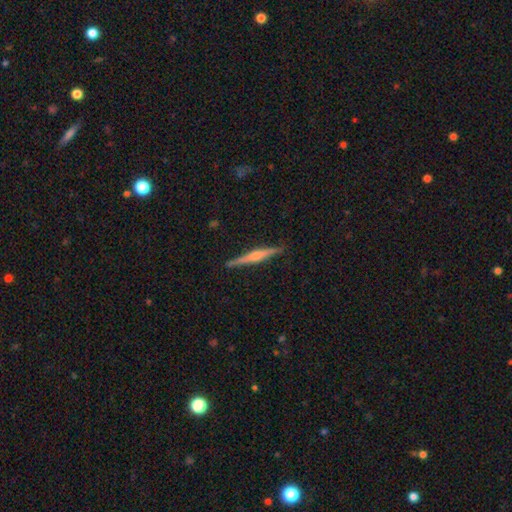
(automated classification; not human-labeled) Q: Smooth or featured?
A: featured or disk (69%); runner-up: smooth (25%)
Q: Edge-on disk?
A: yes (98%); runner-up: no (2%)
Q: Edge-on bulge?
A: rounded (75%); runner-up: boxy (13%)
Q: Merging?
A: none (91%); runner-up: minor disturbance (7%)